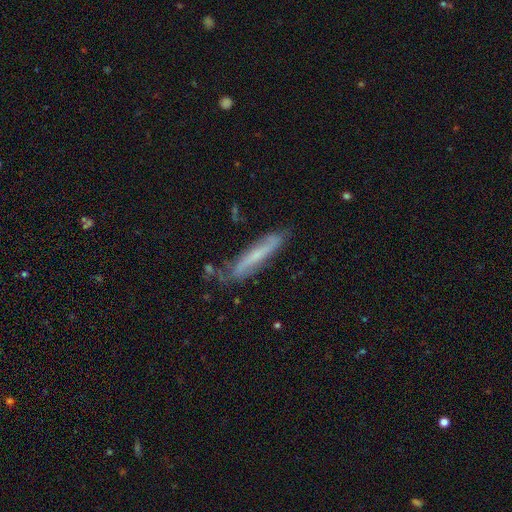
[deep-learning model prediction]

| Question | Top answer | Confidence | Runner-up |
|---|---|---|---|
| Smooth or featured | featured or disk | 55% | smooth (37%) |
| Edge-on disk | yes | 62% | no (38%) |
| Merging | none | 71% | minor disturbance (21%) |